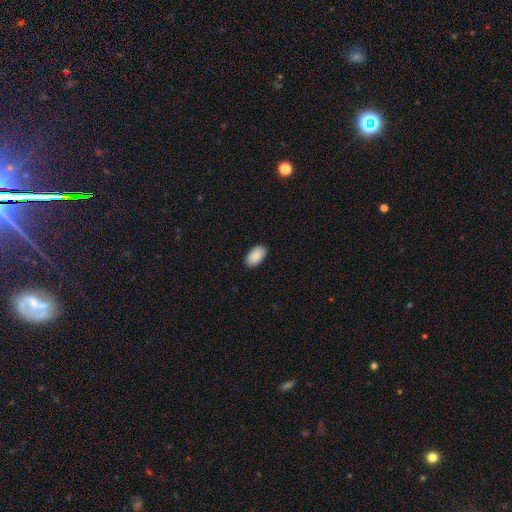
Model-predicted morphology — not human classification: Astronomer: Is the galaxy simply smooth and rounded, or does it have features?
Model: smooth — 90%.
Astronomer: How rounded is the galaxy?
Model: in between — 95%.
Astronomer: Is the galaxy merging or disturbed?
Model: none — 89%.